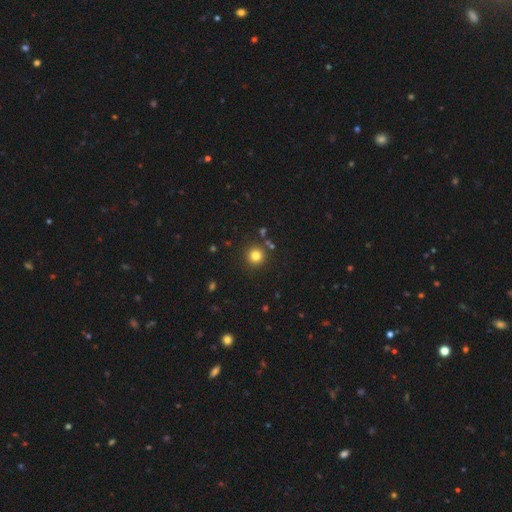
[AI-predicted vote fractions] Smooth or featured? smooth (80%)
How rounded? round (95%)
Merging? none (89%)